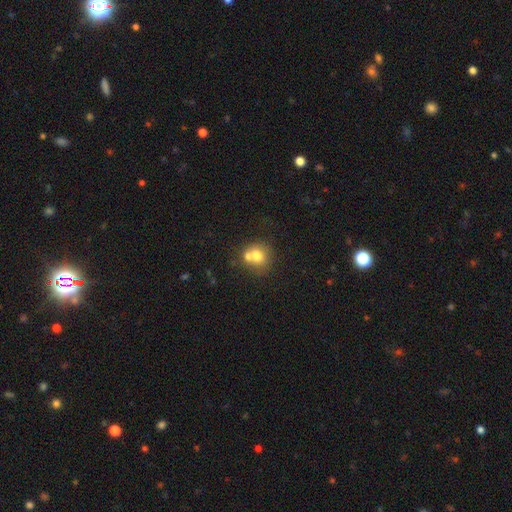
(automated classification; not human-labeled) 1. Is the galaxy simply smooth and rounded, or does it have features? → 70% smooth, 18% featured or disk, 11% star or artifact.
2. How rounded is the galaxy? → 78% round, 21% in between, 1% cigar-shaped.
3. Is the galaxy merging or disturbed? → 43% none (tied), 43% merger (tied), 10% minor disturbance, 4% major disturbance.